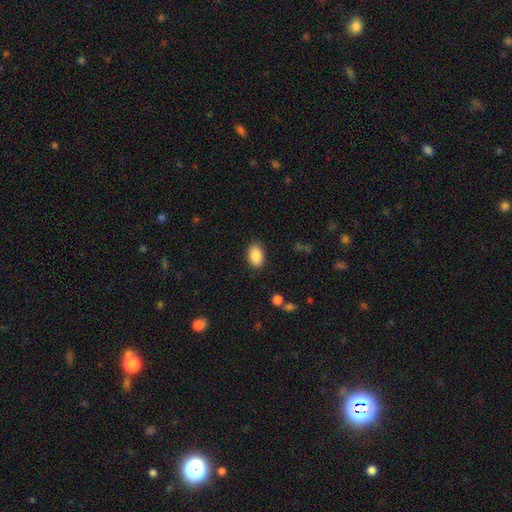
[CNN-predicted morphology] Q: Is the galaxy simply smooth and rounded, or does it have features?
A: smooth — 89%.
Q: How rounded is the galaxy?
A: in between — 88%.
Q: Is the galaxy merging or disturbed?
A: none — 86%.